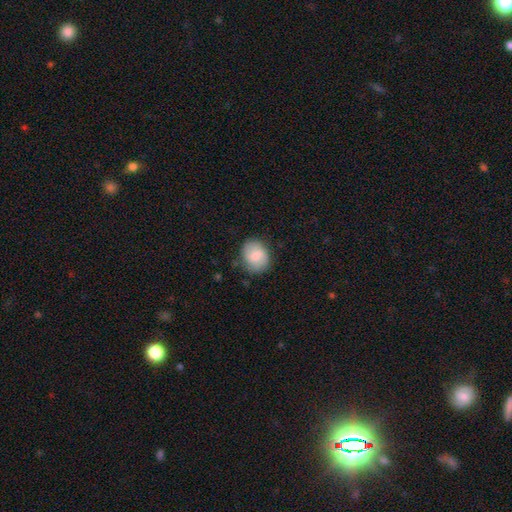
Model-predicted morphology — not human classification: This appears to be a smooth galaxy with no disk features (73%) that is round (61%). Merging: none (78%).